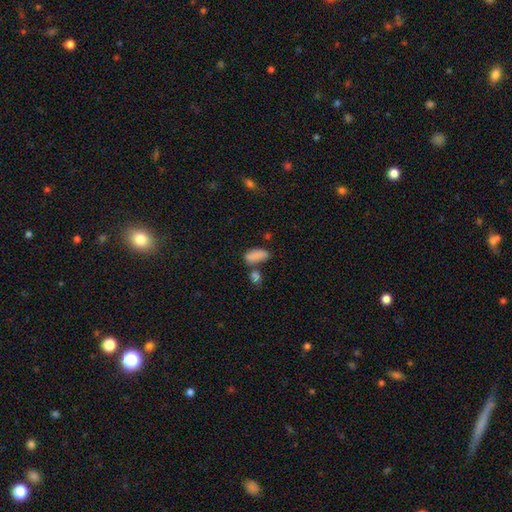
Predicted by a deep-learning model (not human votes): This appears to be a smooth galaxy with no disk features (84%) that is in between round and cigar-shaped (86%). Merging: none (49%).